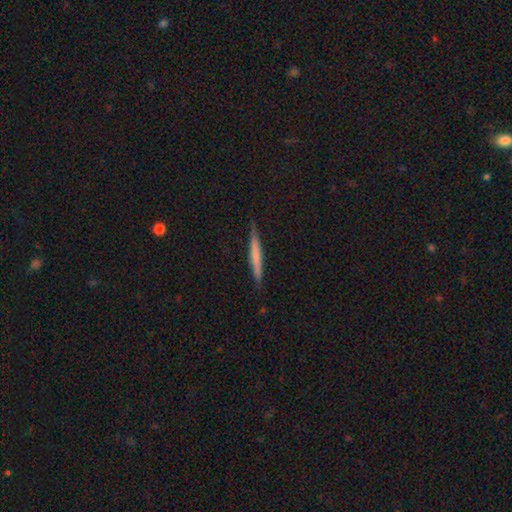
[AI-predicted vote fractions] This is possibly a smooth galaxy (55%). How rounded: clearly cigar-shaped (96%). Merging: clearly none (88%).